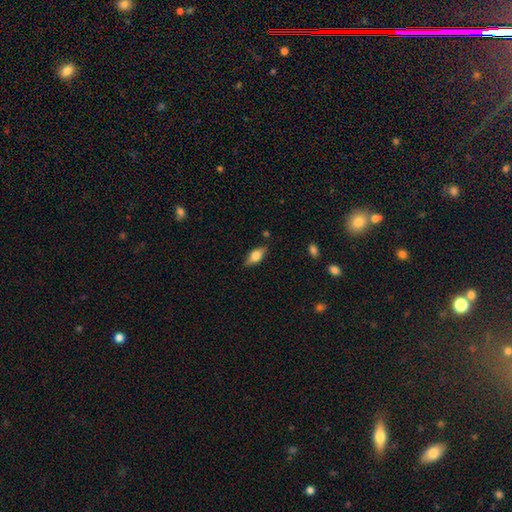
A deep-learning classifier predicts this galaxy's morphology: smooth-or-featured: smooth: 60% | featured or disk: 33% | star or artifact: 7%
  how-rounded: in between: 78% | cigar-shaped: 18% | round: 4%
  merging: none: 82% | minor disturbance: 13% | major disturbance: 3% | merger: 2%